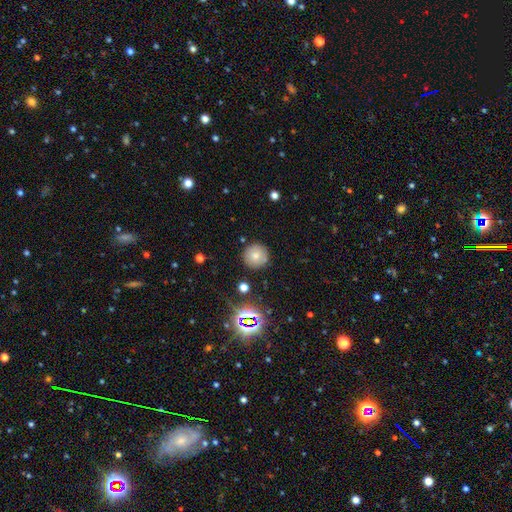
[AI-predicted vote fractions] smooth-or-featured: smooth: 71% | star or artifact: 15% | featured or disk: 14%
  how-rounded: round: 96% | in between: 3% | cigar-shaped: 1%
  merging: none: 87% | minor disturbance: 8% | major disturbance: 2% | merger: 2%